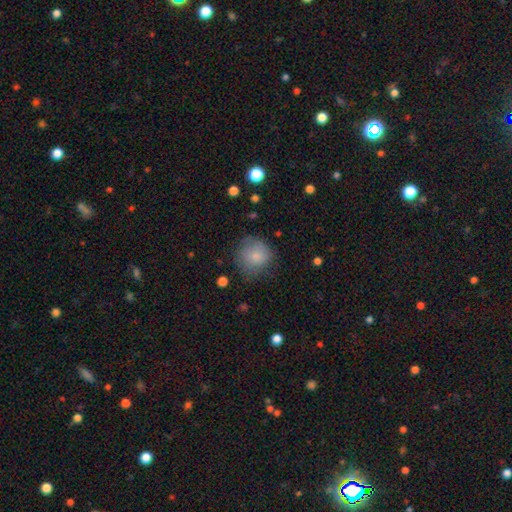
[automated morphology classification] Smooth or featured?
  - smooth: 79% *
  - featured or disk: 13%
  - star or artifact: 8%
How rounded?
  - round: 84% *
  - in between: 15%
  - cigar-shaped: 1%
Merging?
  - none: 61% *
  - minor disturbance: 27%
  - major disturbance: 11%
  - merger: 2%